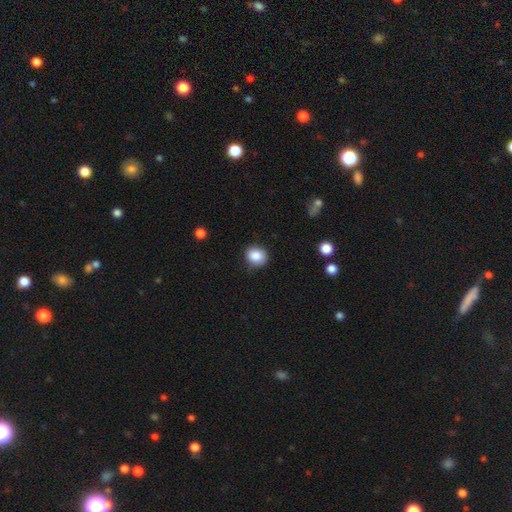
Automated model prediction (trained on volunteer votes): The model was most divided on "how rounded": round: 71%, in between: 28%, cigar-shaped: 1%. More confident: smooth or featured — smooth (87%); merging — none (85%).